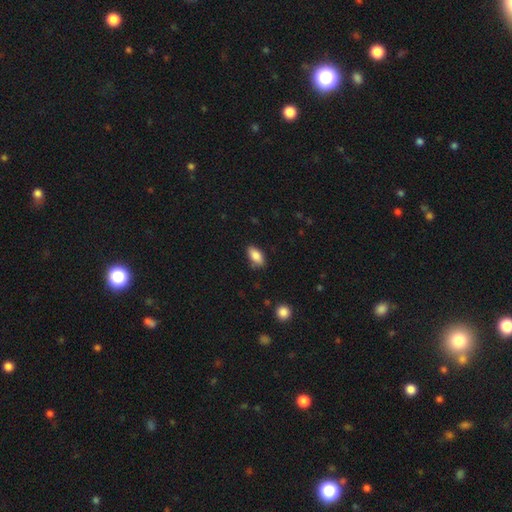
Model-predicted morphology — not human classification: Smooth or featured? Predicted: smooth (p=0.85). How rounded? Predicted: in between (p=0.90). Merging? Predicted: none (p=0.83).